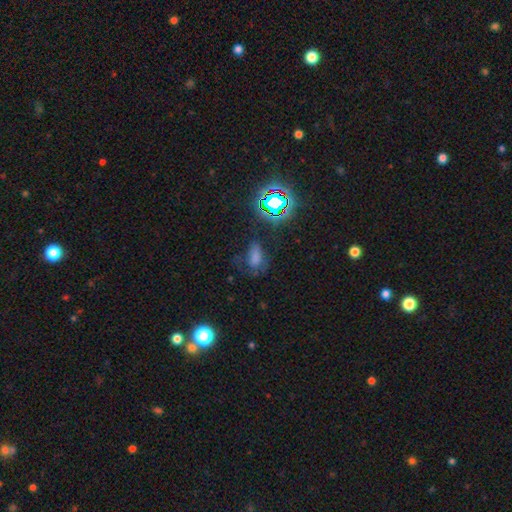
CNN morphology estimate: Q: Smooth or featured?
A: smooth (48%); runner-up: star or artifact (34%)
Q: Merging?
A: none (52%); runner-up: minor disturbance (24%)